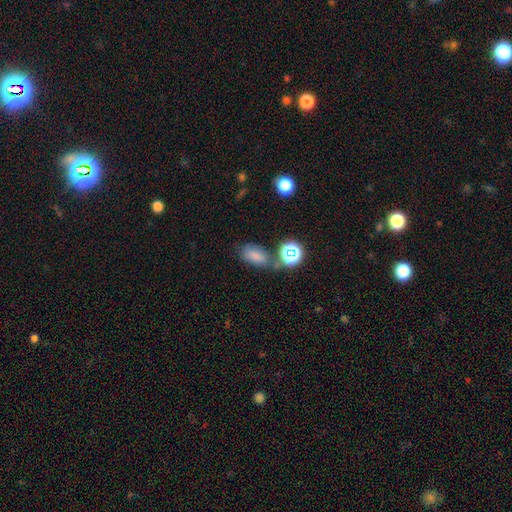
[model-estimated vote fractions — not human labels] This is likely a smooth galaxy (73%). How rounded: clearly in between (83%). Merging: possibly none (58%).